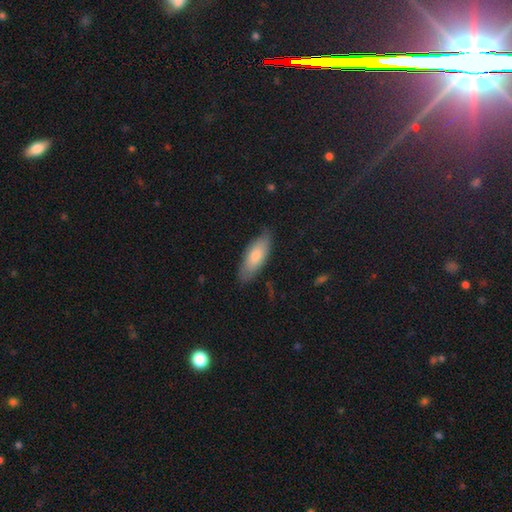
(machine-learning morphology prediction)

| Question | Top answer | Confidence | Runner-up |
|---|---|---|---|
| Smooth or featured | smooth | 75% | featured or disk (19%) |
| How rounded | in between | 75% | cigar-shaped (23%) |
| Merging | none | 78% | minor disturbance (18%) |